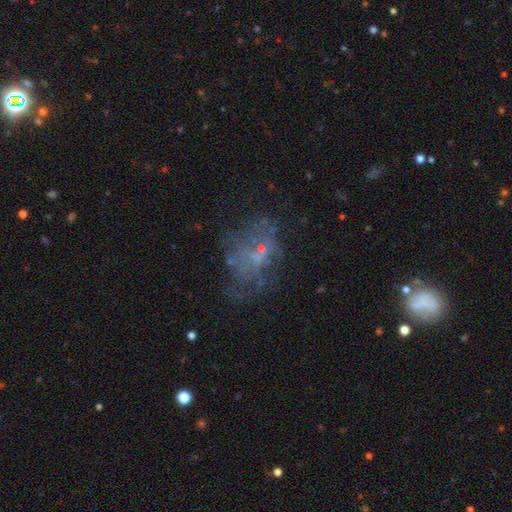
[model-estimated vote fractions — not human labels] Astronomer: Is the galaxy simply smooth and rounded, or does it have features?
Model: featured or disk — 50% (runner-up: smooth, 28%).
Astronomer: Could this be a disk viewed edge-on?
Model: no — 98%.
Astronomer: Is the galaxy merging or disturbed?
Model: none — 48% (runner-up: major disturbance, 26%).